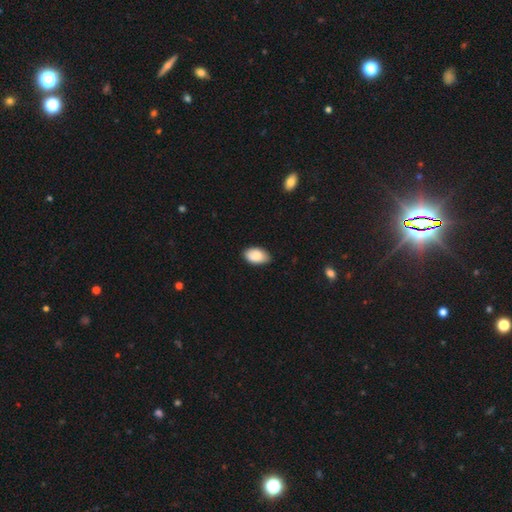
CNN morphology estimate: Overall: smooth (88%). How rounded: in between (93%). Merging: none (78%).